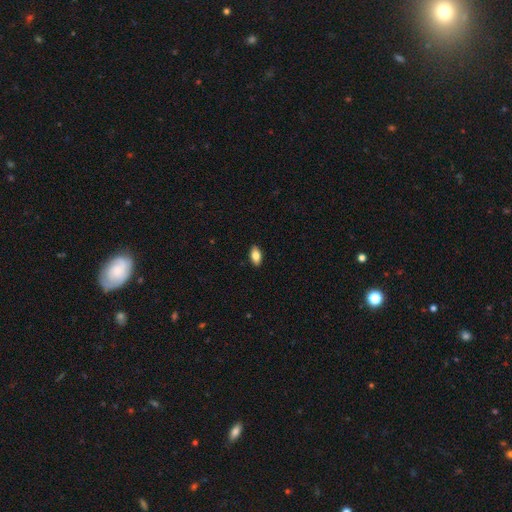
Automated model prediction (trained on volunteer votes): Overall: smooth (81%). How rounded: in between (91%). Merging: none (90%).